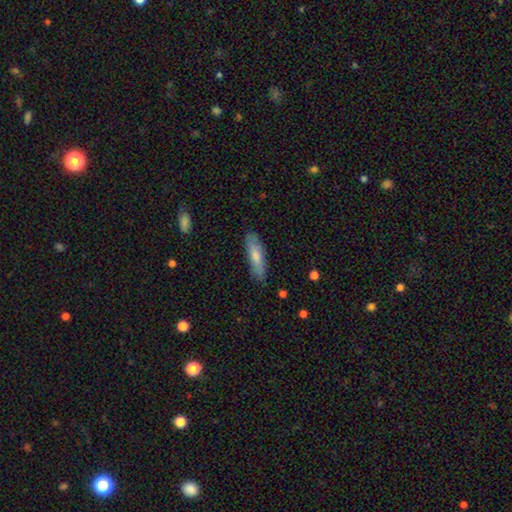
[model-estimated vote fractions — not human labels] smooth 66%, featured or disk 28%, star or artifact 6%. Down the decision tree: how rounded — cigar-shaped (68%); merging — none (85%).